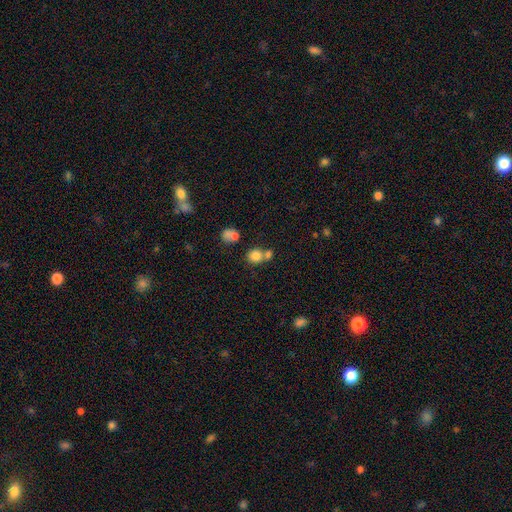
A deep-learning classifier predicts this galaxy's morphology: This is clearly a smooth galaxy (80%). How rounded: clearly round (82%). Merging: possibly none (50%).